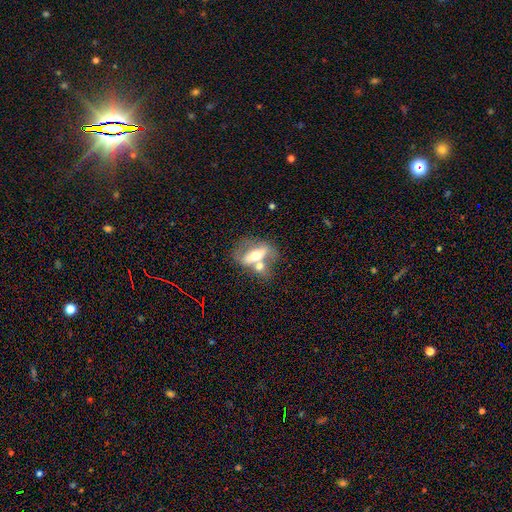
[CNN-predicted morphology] featured or disk 56%, smooth 37%, star or artifact 8%. Down the decision tree: edge-on disk — no (77%); merging — merger (47%).